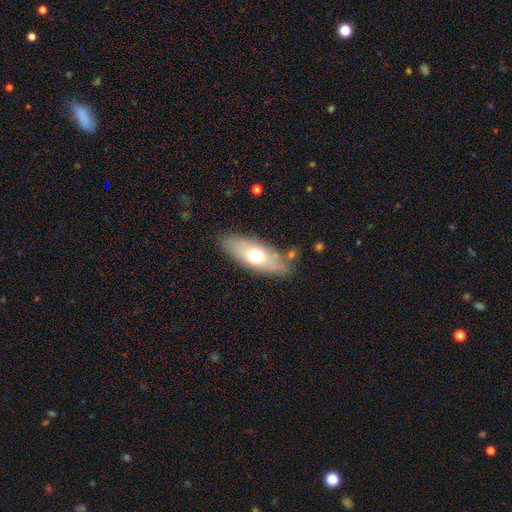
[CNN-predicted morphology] Smooth or featured? smooth (61%)
How rounded? in between (77%)
Merging? none (77%)